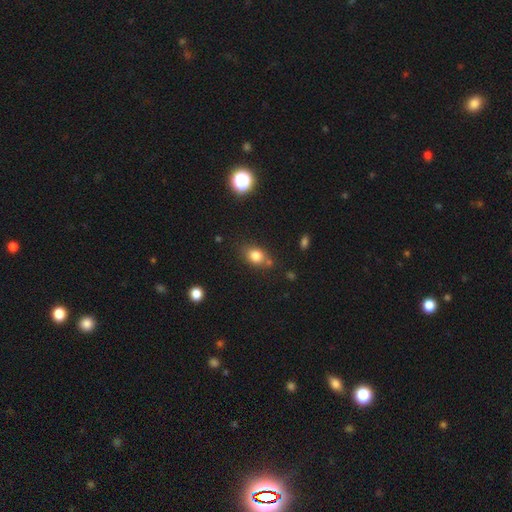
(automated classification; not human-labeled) Smooth or featured? smooth (79%)
How rounded? in between (55%)
Merging? none (69%)